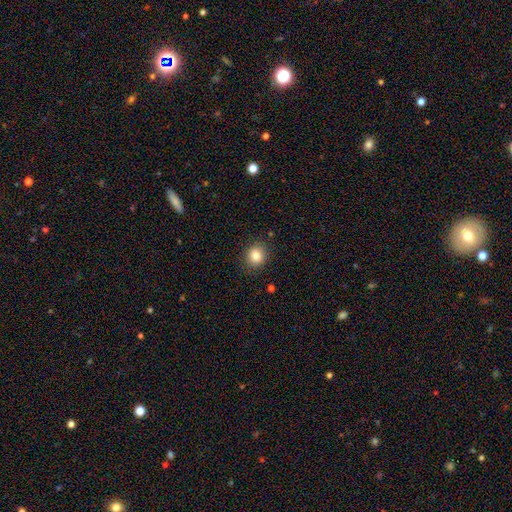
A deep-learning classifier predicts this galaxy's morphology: smooth 83%, star or artifact 10%, featured or disk 7%. Down the decision tree: how rounded — round (77%); merging — none (88%).